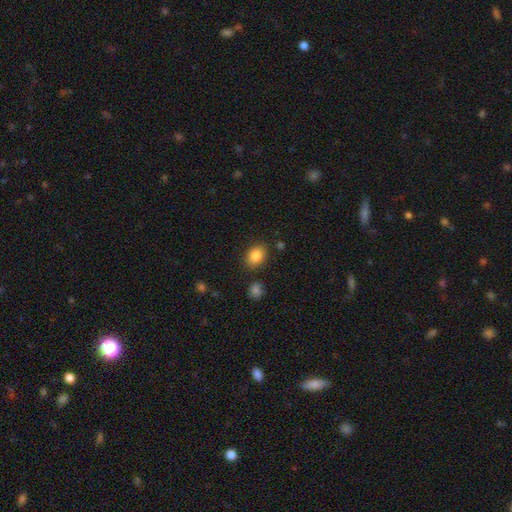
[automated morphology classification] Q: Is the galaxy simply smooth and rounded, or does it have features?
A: smooth — 85%.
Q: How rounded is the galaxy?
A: in between — 64%.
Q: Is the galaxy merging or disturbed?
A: none — 82%.